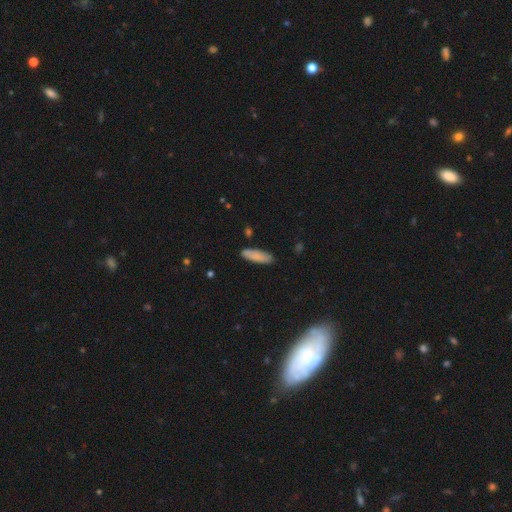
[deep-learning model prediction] This is clearly a smooth galaxy (86%). How rounded: possibly in between (50%). Merging: clearly none (84%).